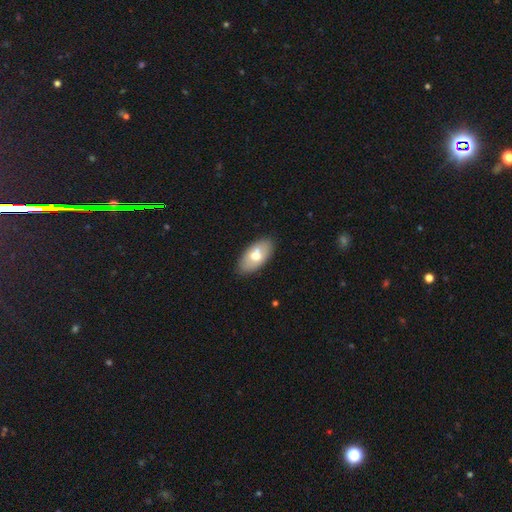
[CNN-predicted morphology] Smooth or featured? smooth (62%)
How rounded? in between (93%)
Merging? none (78%)